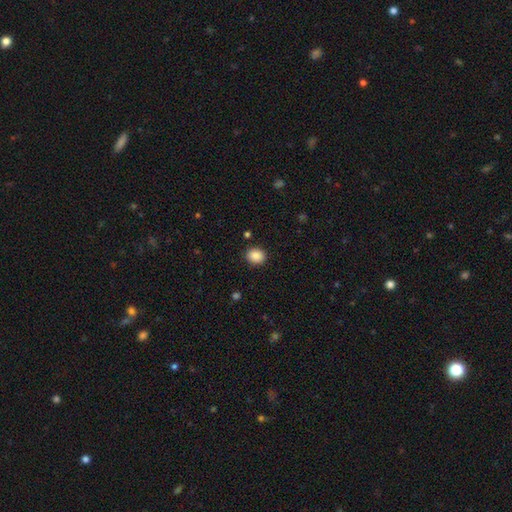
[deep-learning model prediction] Smooth or featured? Predicted: smooth (p=0.88). How rounded? Predicted: round (p=0.66). Merging? Predicted: none (p=0.89).